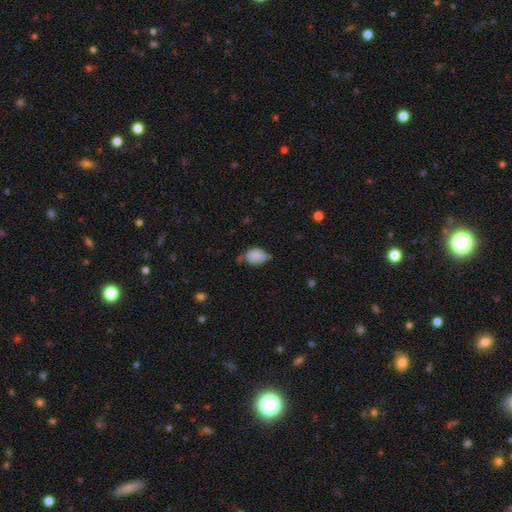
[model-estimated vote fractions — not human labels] A smooth galaxy with no disk features (82%) that is in between round and cigar-shaped (69%). Merging: none (47%).